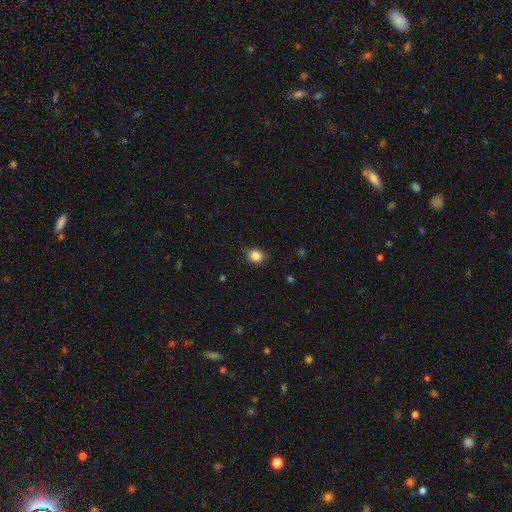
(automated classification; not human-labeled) The model was most divided on "how rounded": round: 64%, in between: 35%, cigar-shaped: 1%. More confident: smooth or featured — smooth (85%); merging — none (79%).